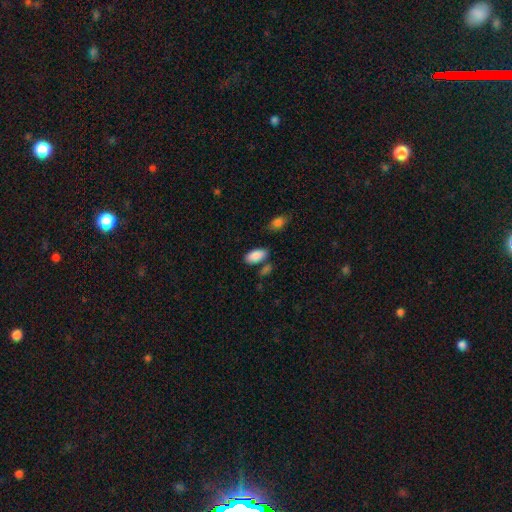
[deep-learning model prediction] A smooth galaxy with no disk features (88%) that is in between round and cigar-shaped (93%). Merging: none (75%).